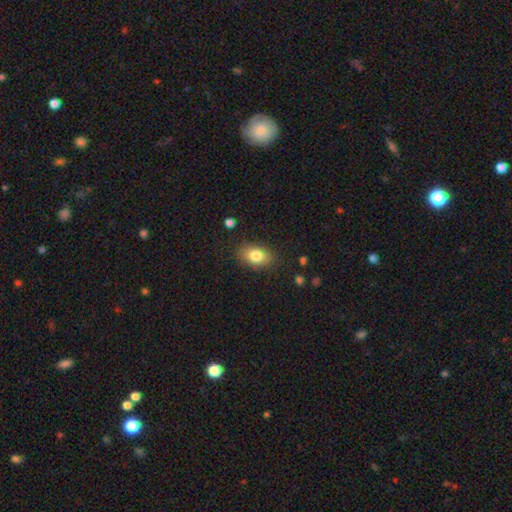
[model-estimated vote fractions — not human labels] This is clearly a smooth galaxy (81%). How rounded: clearly in between (84%). Merging: clearly none (83%).